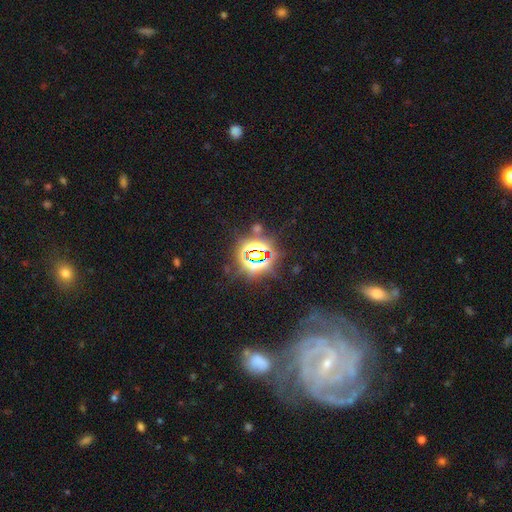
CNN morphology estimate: Smooth or featured? Predicted: star or artifact (p=0.81).